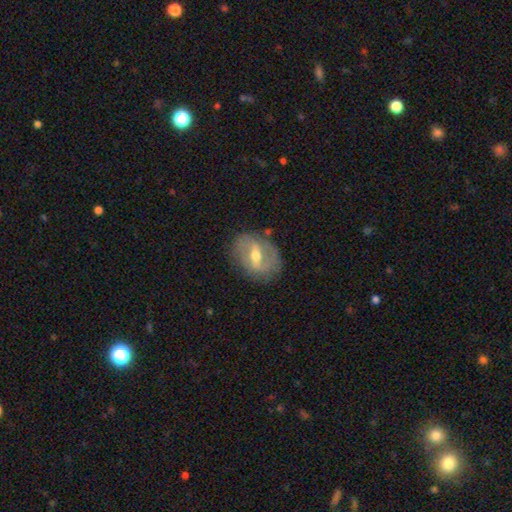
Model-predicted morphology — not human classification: A featured or disk galaxy (69%) with a strong bar (46%), spiral arms (55%) and a moderate central bulge (71%).

Vote fractions:
- Smooth or featured? featured or disk: 69% / smooth: 25% / star or artifact: 6%
- Edge-on disk? no: 92% / yes: 8%
- Bar? strong: 46% / weak: 42% / no: 12%
- Spiral arms? yes: 55% / no: 45%
- Bulge size? moderate: 71% / small: 21% / large: 6% / none: 1% / dominant: 1%
- Merging? none: 75% / minor disturbance: 17% / major disturbance: 6% / merger: 2%